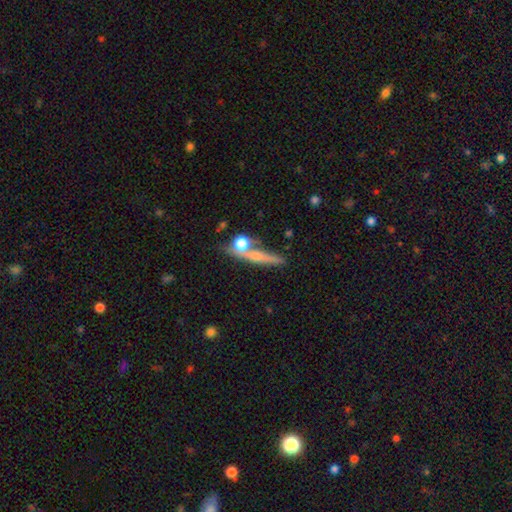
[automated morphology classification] Smooth or featured: featured or disk — 45% (smooth — 44%)
Merging: none — 56% (merger — 22%)